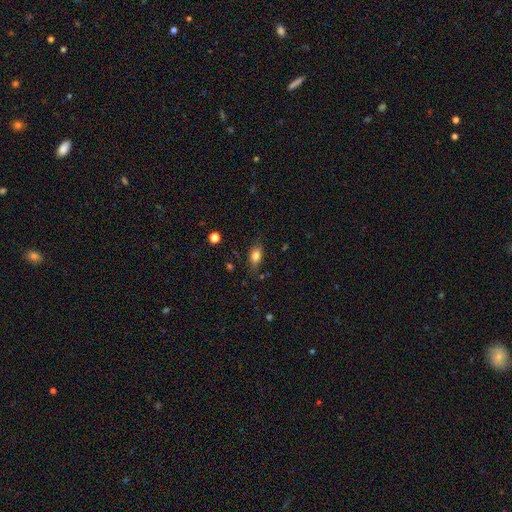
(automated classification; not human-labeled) A smooth galaxy with no disk features (79%) that is in between round and cigar-shaped (82%). Merging: none (77%).